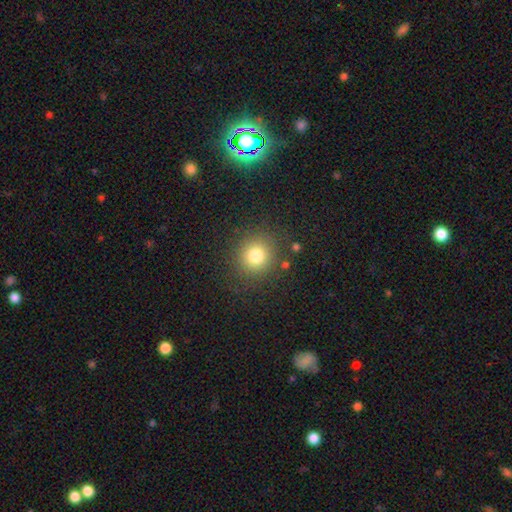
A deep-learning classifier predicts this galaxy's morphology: smooth-or-featured: smooth: 79% | star or artifact: 13% | featured or disk: 8%
  how-rounded: round: 90% | in between: 9% | cigar-shaped: 1%
  merging: none: 86% | minor disturbance: 8% | major disturbance: 4% | merger: 2%